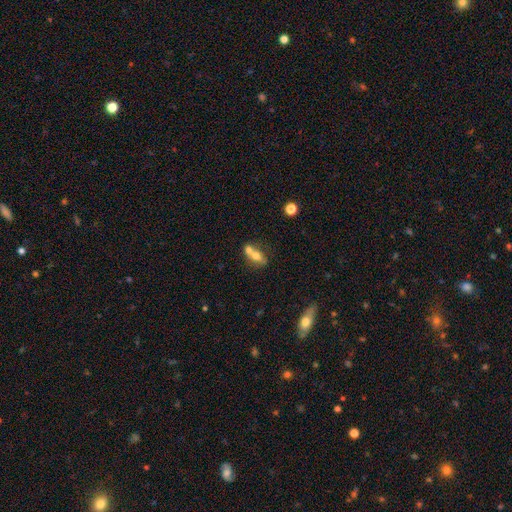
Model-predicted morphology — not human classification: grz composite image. It shows a smooth galaxy with no disk features (65%) that is in between round and cigar-shaped (69%). Merging: merger (59%).